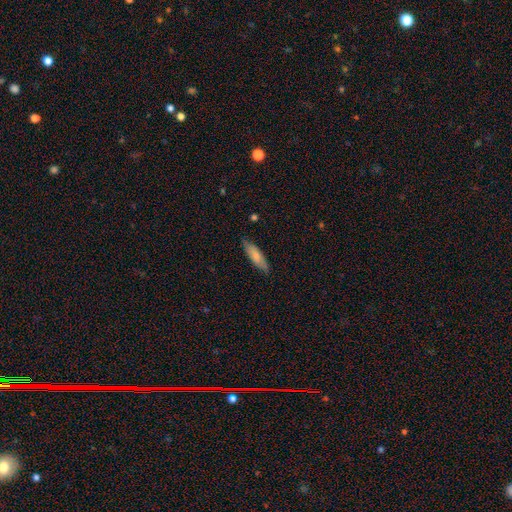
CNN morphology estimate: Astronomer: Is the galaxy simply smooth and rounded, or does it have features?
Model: smooth — 77%.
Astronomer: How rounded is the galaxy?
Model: cigar-shaped — 56% (runner-up: in between, 43%).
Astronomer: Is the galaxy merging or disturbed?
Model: none — 83%.